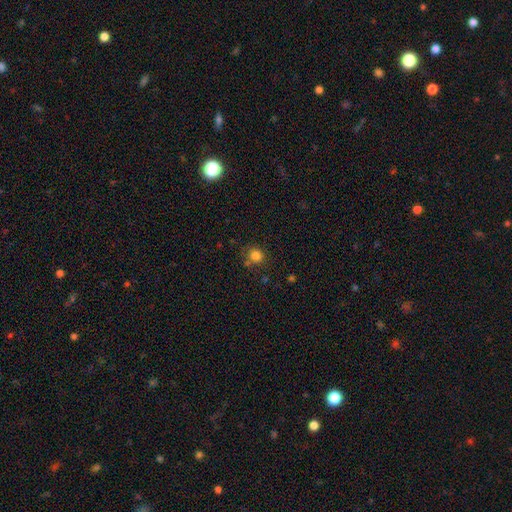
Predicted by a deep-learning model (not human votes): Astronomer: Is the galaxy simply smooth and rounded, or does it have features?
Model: smooth — 82%.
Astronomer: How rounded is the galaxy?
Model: round — 86%.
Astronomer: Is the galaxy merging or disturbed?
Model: none — 75%.